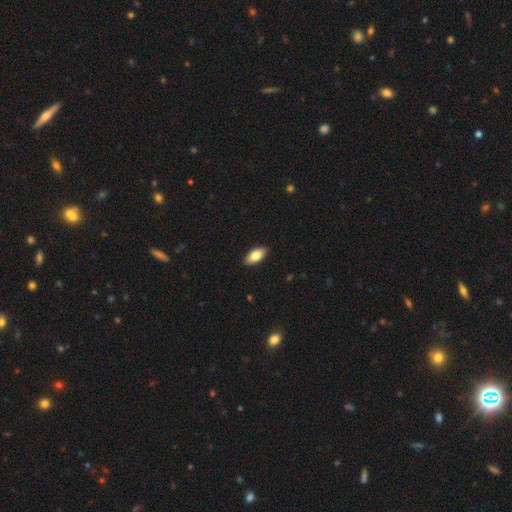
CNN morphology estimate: Overall: smooth (82%). How rounded: in between (91%). Merging: none (90%).